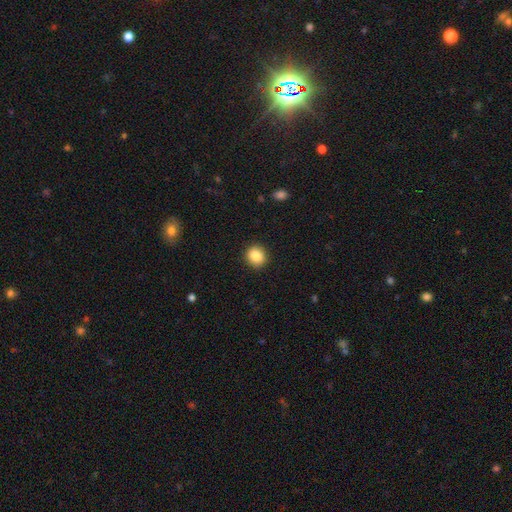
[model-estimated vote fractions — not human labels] Smooth or featured? Predicted: smooth (p=0.87). How rounded? Predicted: round (p=0.73). Merging? Predicted: none (p=0.90).